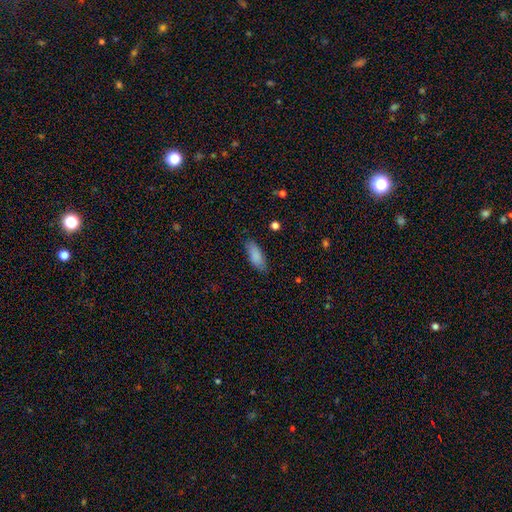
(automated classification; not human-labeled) Overall: smooth (85%). How rounded: in between (73%). Merging: none (82%).